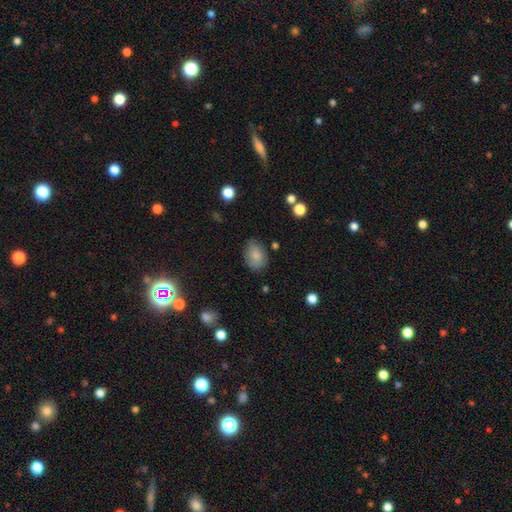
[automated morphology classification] type=smooth (80%); roundness=in between (74%); merging=none (72%).